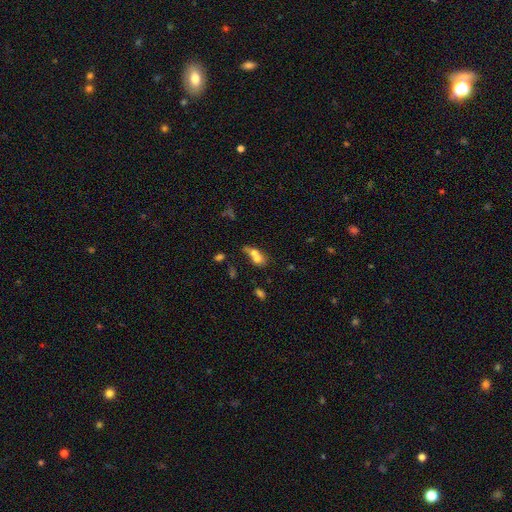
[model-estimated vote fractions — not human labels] smooth_or_featured: smooth (p=0.66) [alt: featured or disk p=0.23]
how_rounded: in between (p=0.55) [alt: round p=0.39]
merging: merger (p=0.68) [alt: none p=0.19]